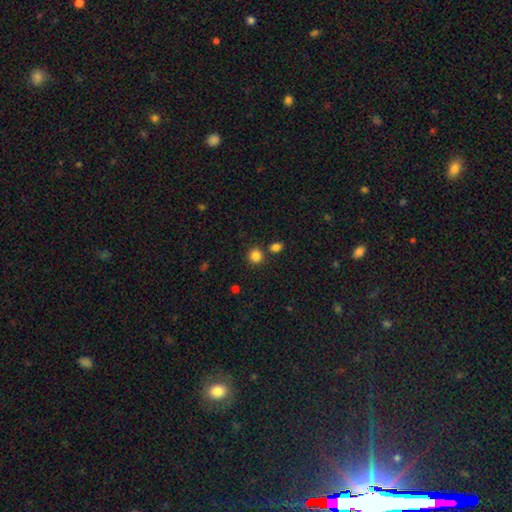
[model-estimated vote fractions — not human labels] smooth_or_featured: smooth (p=0.85) [alt: star or artifact p=0.11]
how_rounded: round (p=0.88) [alt: in between p=0.11]
merging: none (p=0.78) [alt: merger p=0.11]